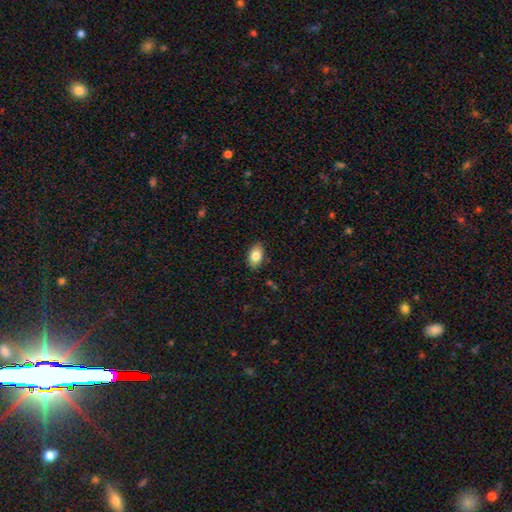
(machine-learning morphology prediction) Smooth or featured: smooth — 82% (featured or disk — 11%)
How rounded: in between — 90% (round — 8%)
Merging: none — 87% (minor disturbance — 10%)